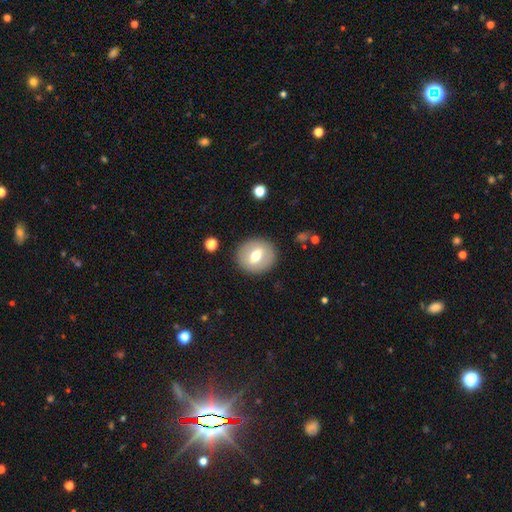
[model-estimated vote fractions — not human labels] The model was most divided on "smooth or featured": smooth: 57%, featured or disk: 35%, star or artifact: 8%. More confident: merging — none (88%); how rounded — round (75%).